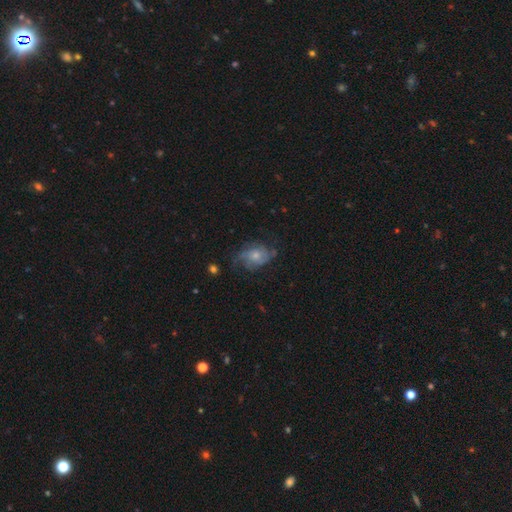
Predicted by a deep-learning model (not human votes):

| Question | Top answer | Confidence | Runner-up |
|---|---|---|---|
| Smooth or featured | featured or disk | 67% | smooth (25%) |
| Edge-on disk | no | 97% | yes (3%) |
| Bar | no | 78% | weak (19%) |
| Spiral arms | yes | 87% | no (13%) |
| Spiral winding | medium | 41% | loose (32%) |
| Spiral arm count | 2 | 33% | can't tell (28%) |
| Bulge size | small | 49% | moderate (42%) |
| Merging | none | 54% | minor disturbance (25%) |